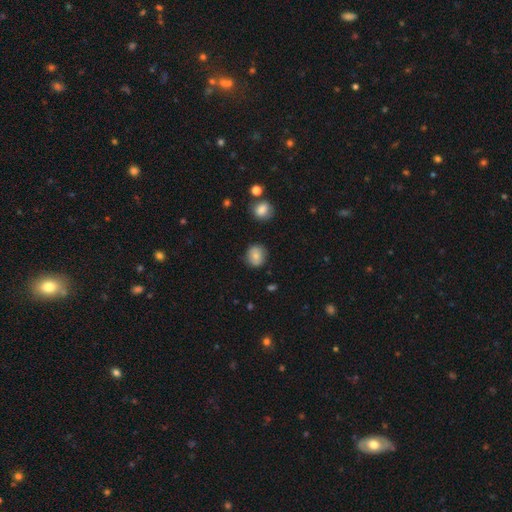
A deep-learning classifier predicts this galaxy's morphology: The model was most divided on "smooth or featured": smooth: 78%, featured or disk: 13%, star or artifact: 9%. More confident: merging — none (83%); how rounded — round (83%).